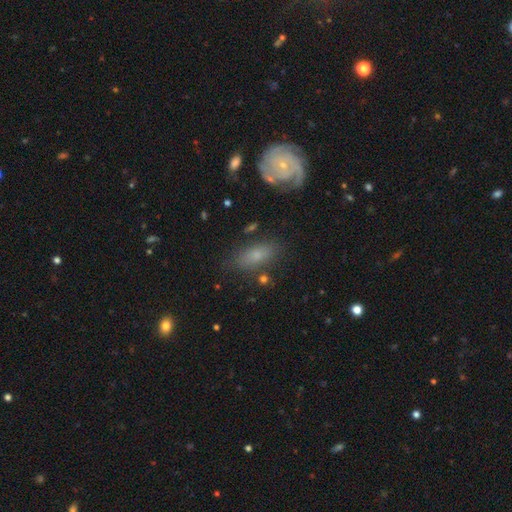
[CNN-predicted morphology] type=smooth (55%); roundness=in between (79%); merging=none (74%).